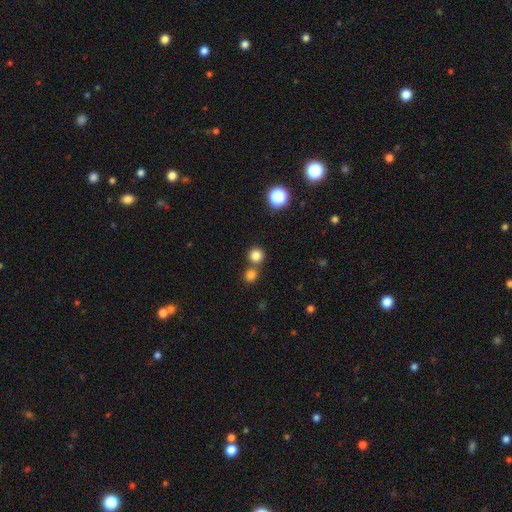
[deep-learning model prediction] Q: Smooth or featured?
A: smooth (81%); runner-up: star or artifact (14%)
Q: How rounded?
A: round (93%); runner-up: in between (6%)
Q: Merging?
A: none (70%); runner-up: merger (22%)